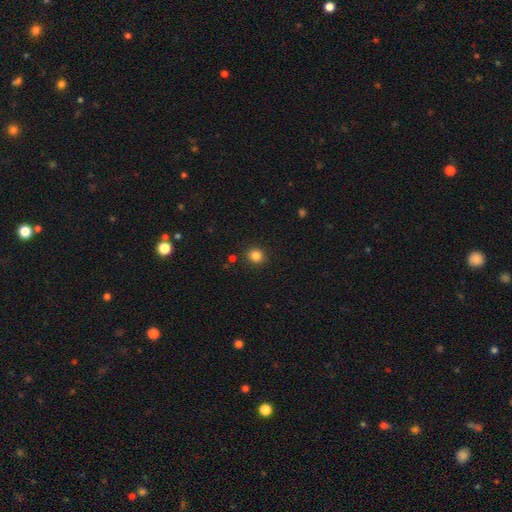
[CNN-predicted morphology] Smooth or featured? smooth (84%)
How rounded? round (85%)
Merging? none (90%)